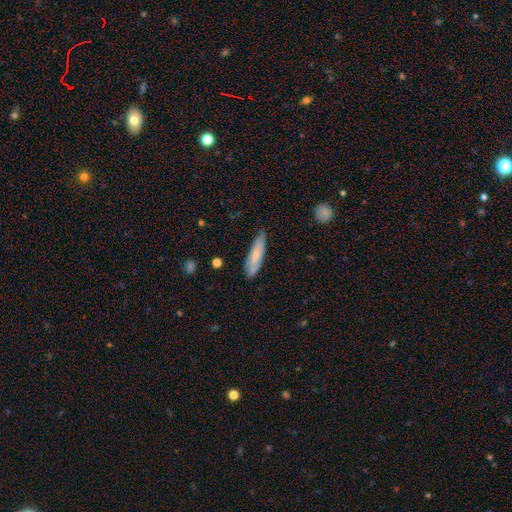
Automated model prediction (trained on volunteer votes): Smooth or featured? Predicted: smooth (p=0.69). How rounded? Predicted: cigar-shaped (p=0.69). Merging? Predicted: none (p=0.67).